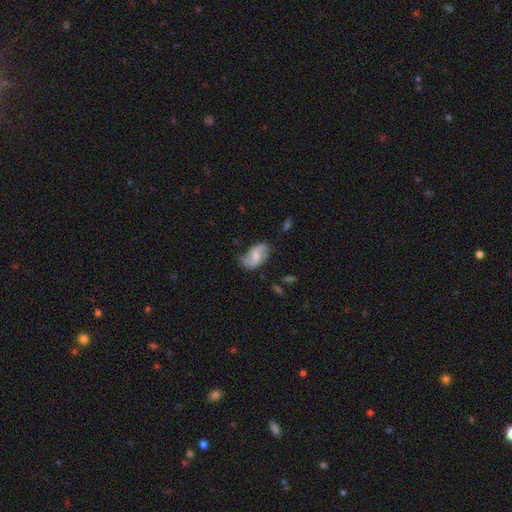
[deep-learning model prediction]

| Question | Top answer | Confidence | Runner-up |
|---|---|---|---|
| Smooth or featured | featured or disk | 58% | smooth (35%) |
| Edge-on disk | no | 96% | yes (4%) |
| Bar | weak | 49% | no (35%) |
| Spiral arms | yes | 85% | no (15%) |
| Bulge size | moderate | 51% | small (34%) |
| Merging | none | 55% | minor disturbance (31%) |